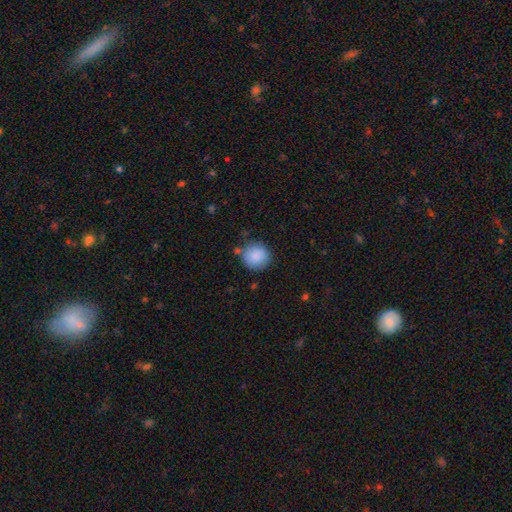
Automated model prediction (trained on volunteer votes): smooth-or-featured: smooth: 88% | star or artifact: 7% | featured or disk: 4%
  how-rounded: round: 92% | in between: 7% | cigar-shaped: 1%
  merging: none: 81% | minor disturbance: 12% | merger: 4% | major disturbance: 3%